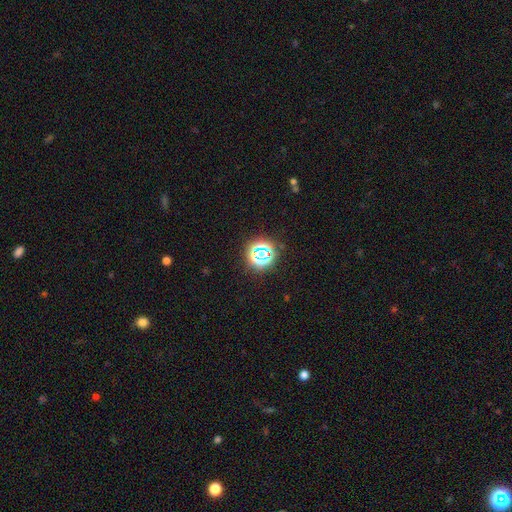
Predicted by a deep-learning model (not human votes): Smooth or featured: star or artifact — 66% (smooth — 25%)